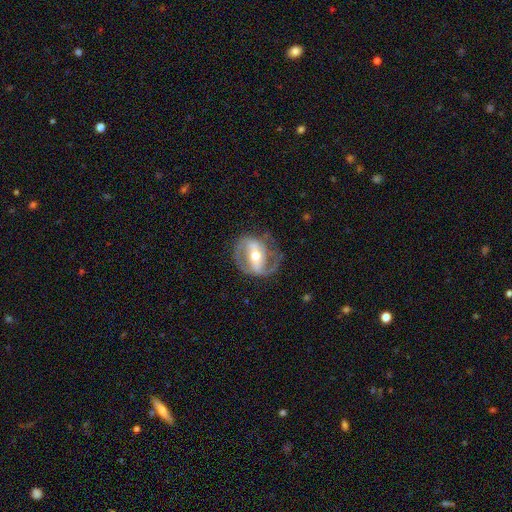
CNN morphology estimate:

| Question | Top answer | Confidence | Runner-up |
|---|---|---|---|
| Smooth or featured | featured or disk | 85% | smooth (10%) |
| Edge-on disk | no | 96% | yes (4%) |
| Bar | strong | 56% | weak (29%) |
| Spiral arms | yes | 88% | no (12%) |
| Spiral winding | medium | 50% | tight (26%) |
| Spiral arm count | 2 | 85% | 1 (6%) |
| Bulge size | moderate | 70% | small (21%) |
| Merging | none | 70% | minor disturbance (17%) |